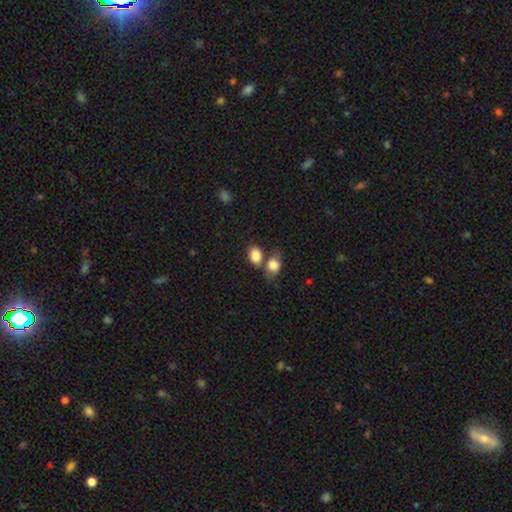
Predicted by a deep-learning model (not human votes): smooth 85%, star or artifact 8%, featured or disk 6%. Down the decision tree: how rounded — in between (62%); merging — none (47%).